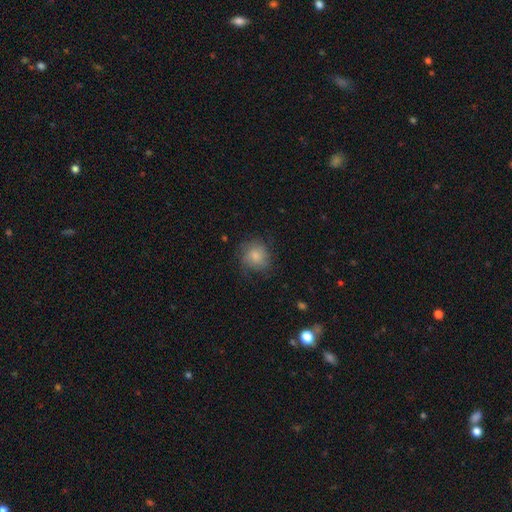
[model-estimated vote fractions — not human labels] This is likely a smooth galaxy (68%). How rounded: clearly round (82%). Merging: likely none (66%).